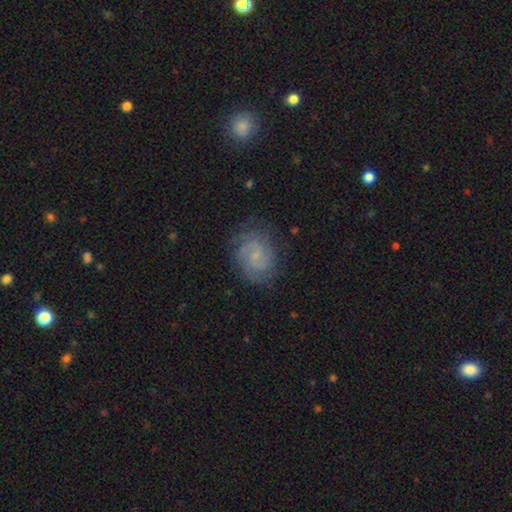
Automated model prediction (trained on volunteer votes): A featured or disk galaxy (74%) with no bar (65%), 2 (51%) tight (58%) spiral arms (95%) and a small central bulge (76%).

Vote fractions:
- Smooth or featured? featured or disk: 74% / smooth: 17% / star or artifact: 8%
- Edge-on disk? no: 98% / yes: 2%
- Bar? no: 65% / weak: 31% / strong: 4%
- Spiral arms? yes: 95% / no: 5%
- Spiral winding? tight: 58% / medium: 33% / loose: 9%
- Spiral arm count? 2: 51% / can't tell: 23% / 3: 13% / 4: 5% / 1: 5% / more than 4: 4%
- Bulge size? small: 76% / moderate: 12% / none: 10% / large: 1% / dominant: 1%
- Merging? none: 78% / minor disturbance: 15% / major disturbance: 6% / merger: 1%